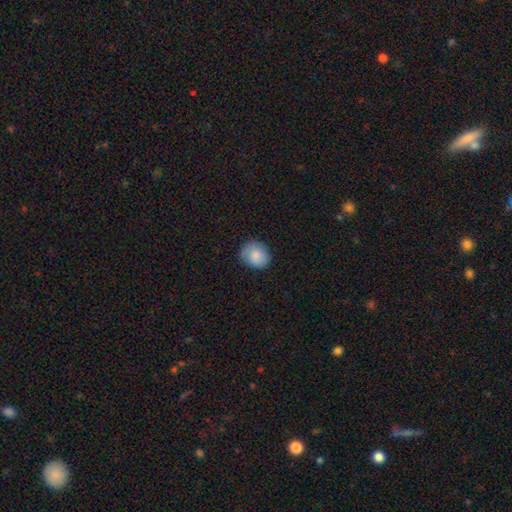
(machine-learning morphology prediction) Smooth or featured? smooth (83%)
How rounded? round (70%)
Merging? none (80%)